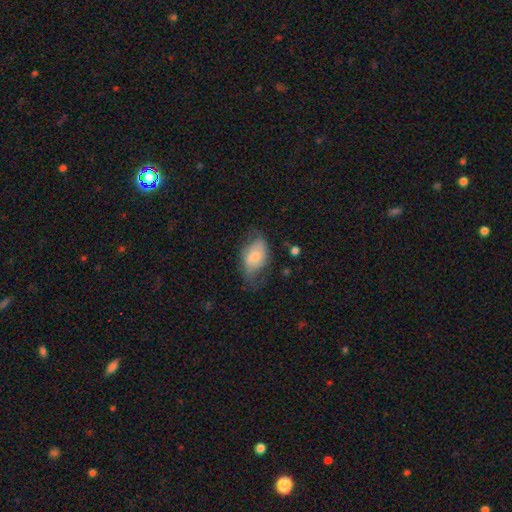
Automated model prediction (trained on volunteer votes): This is likely a smooth galaxy (62%). How rounded: clearly in between (89%). Merging: possibly none (48%).